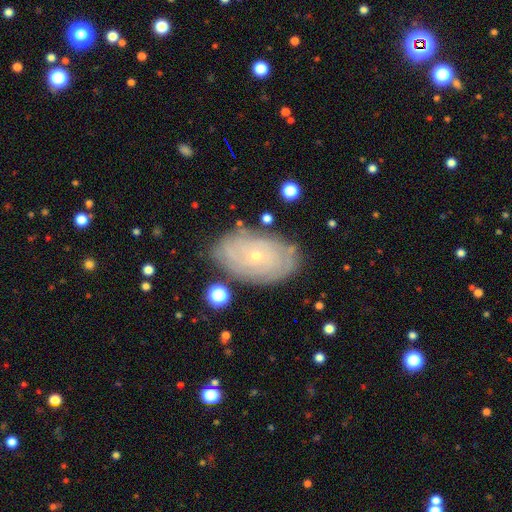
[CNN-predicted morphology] Smooth or featured? featured or disk (71%)
Edge-on disk? no (94%)
Bar? no (87%)
Spiral arms? yes (78%)
Spiral winding? tight (81%)
Spiral arm count? can't tell (61%)
Bulge size? small (82%)
Merging? none (80%)